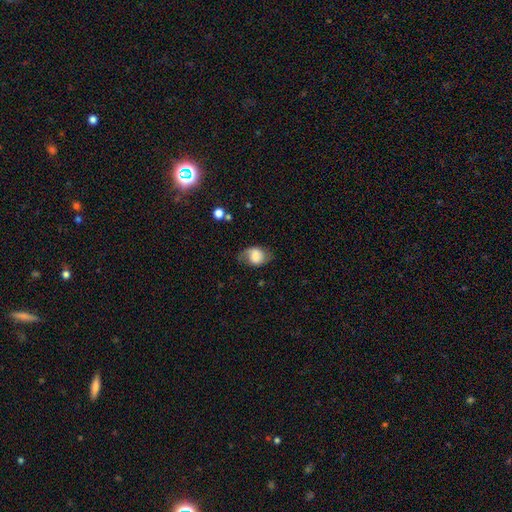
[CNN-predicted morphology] Overall: smooth (55%; featured or disk 35%). How rounded: in between (62%; round 37%). Merging: none (52%; minor disturbance 30%).